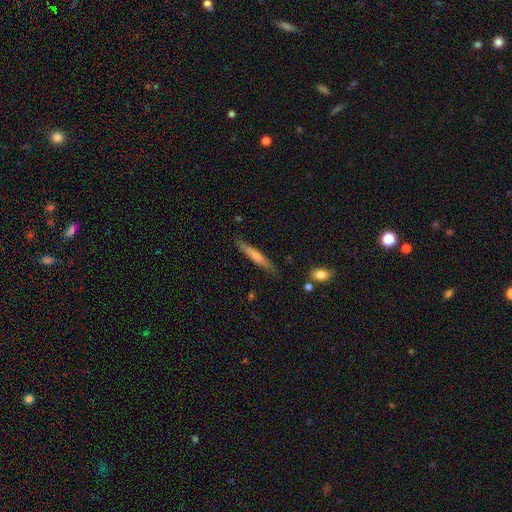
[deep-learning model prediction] Overall: smooth (66%; featured or disk 28%). How rounded: cigar-shaped (93%). Merging: none (82%).